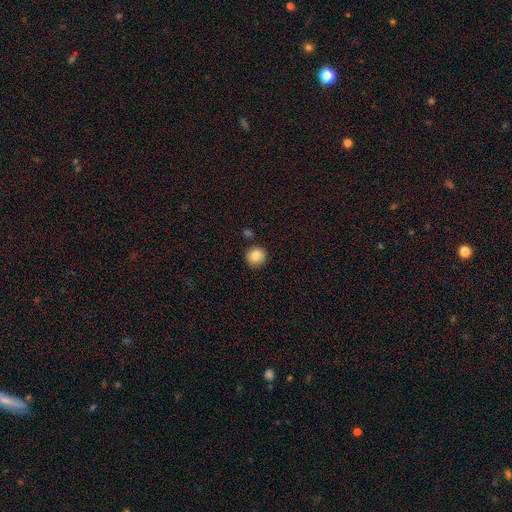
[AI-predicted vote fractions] This is clearly a smooth galaxy (85%). How rounded: clearly round (92%). Merging: clearly none (87%).